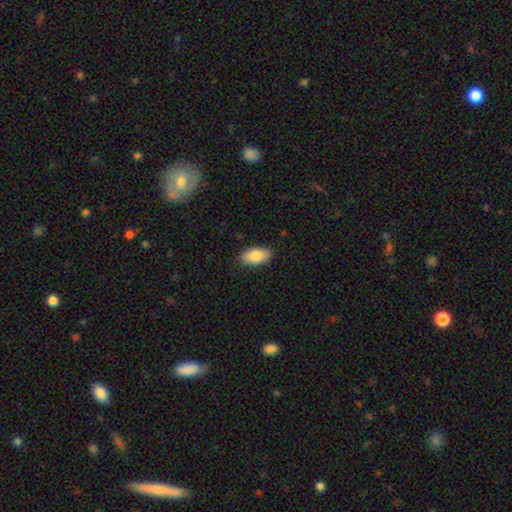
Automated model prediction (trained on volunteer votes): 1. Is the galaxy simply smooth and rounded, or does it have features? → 86% smooth, 7% featured or disk, 6% star or artifact.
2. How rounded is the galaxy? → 94% in between, 3% round, 3% cigar-shaped.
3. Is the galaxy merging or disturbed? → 88% none, 9% minor disturbance, 2% major disturbance, 1% merger.